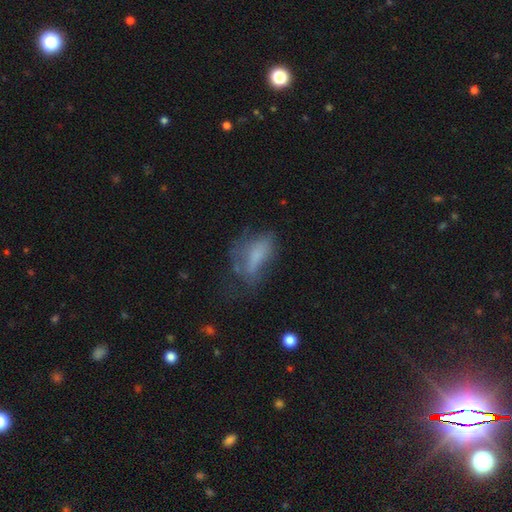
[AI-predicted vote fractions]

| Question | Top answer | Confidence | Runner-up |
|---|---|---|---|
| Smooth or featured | smooth | 55% | featured or disk (32%) |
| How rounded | in between | 78% | cigar-shaped (16%) |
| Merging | major disturbance | 37% | none (32%) |